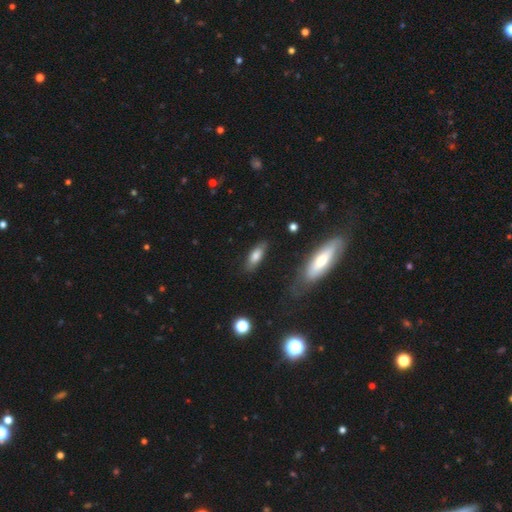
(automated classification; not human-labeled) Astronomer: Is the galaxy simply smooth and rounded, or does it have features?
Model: smooth — 76%.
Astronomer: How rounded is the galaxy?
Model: in between — 64%.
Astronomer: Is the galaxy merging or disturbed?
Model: none — 80%.